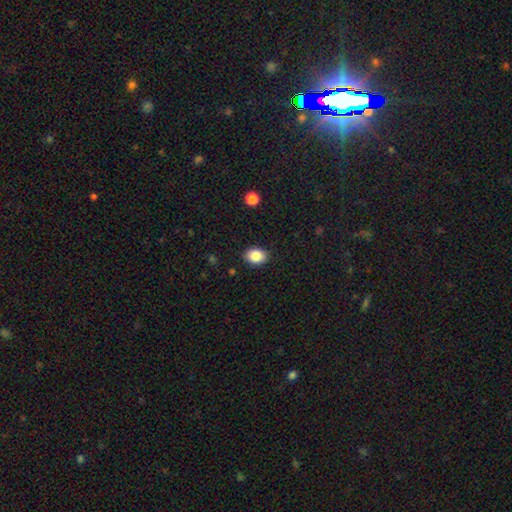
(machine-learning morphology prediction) A smooth galaxy with no disk features (86%) that is in between round and cigar-shaped (69%). Merging: none (87%).